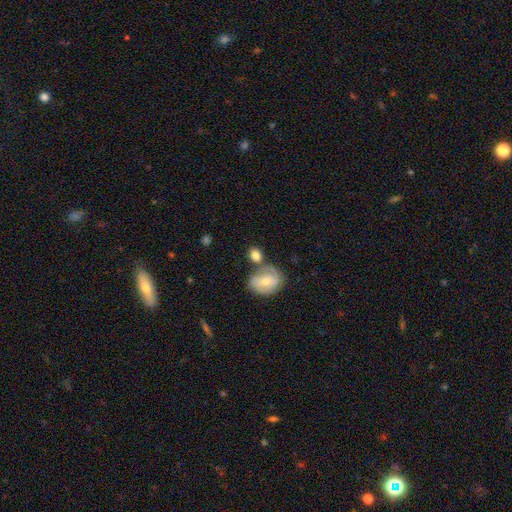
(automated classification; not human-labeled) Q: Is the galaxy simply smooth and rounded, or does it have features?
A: smooth — 74%.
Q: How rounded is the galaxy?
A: round — 63%.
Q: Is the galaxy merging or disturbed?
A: none — 52%.